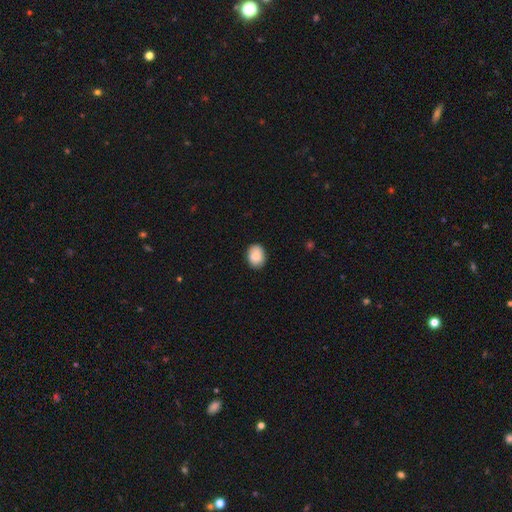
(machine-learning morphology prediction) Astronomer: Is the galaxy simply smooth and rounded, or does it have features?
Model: smooth — 85%.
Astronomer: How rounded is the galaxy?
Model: in between — 54% (runner-up: round, 45%).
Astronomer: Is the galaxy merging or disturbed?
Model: none — 84%.